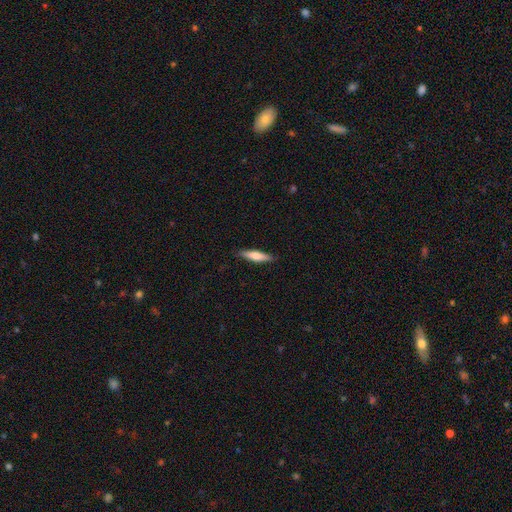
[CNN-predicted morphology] This appears to be a smooth galaxy with no disk features (66%) that is cigar-shaped (77%). Merging: none (88%).